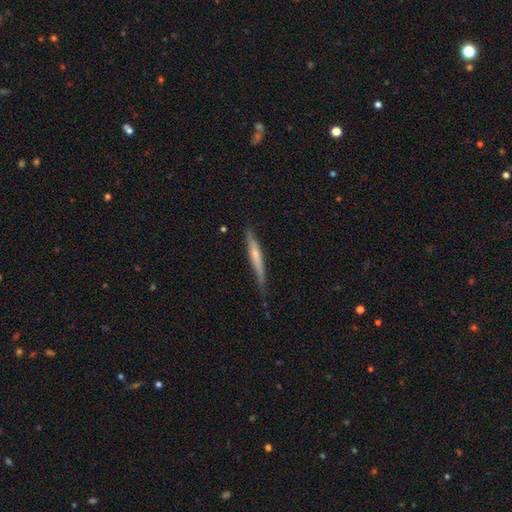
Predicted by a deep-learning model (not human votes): Smooth or featured? smooth (49%)
Merging? none (71%)